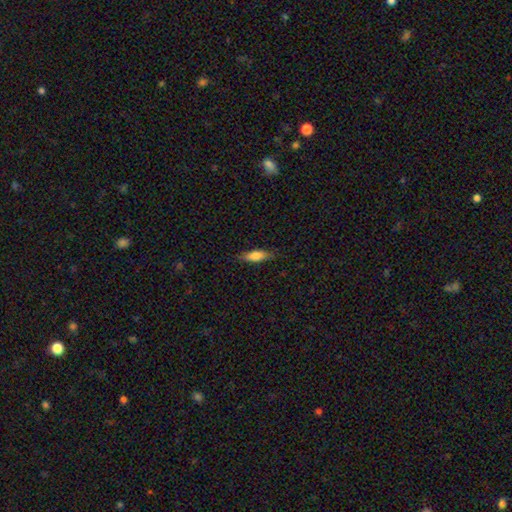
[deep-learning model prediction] This appears to be a smooth galaxy with no disk features (74%) that is in between round and cigar-shaped (49%). Merging: none (83%).